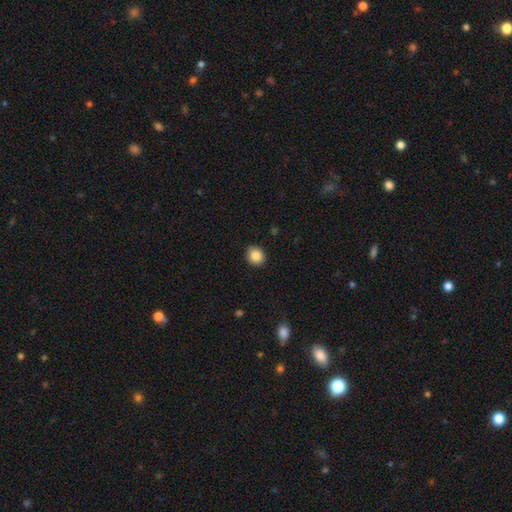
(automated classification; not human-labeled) Smooth or featured?
  - smooth: 86% *
  - star or artifact: 9%
  - featured or disk: 4%
How rounded?
  - round: 77% *
  - in between: 22%
  - cigar-shaped: 1%
Merging?
  - none: 89% *
  - minor disturbance: 8%
  - major disturbance: 2%
  - merger: 1%